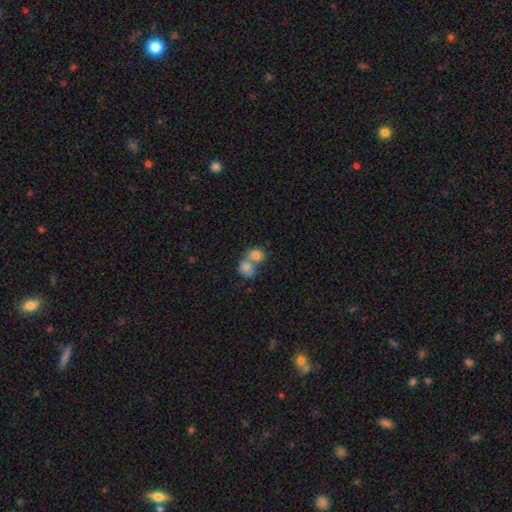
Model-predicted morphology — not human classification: The model was most divided on "how rounded": round: 65%, in between: 34%, cigar-shaped: 1%. More confident: smooth or featured — smooth (80%); merging — merger (67%).